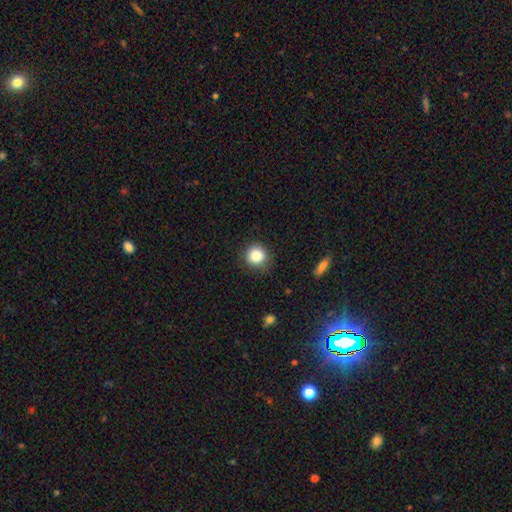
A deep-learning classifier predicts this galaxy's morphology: This appears to be a smooth galaxy with no disk features (86%) that is round (89%). Merging: none (82%).